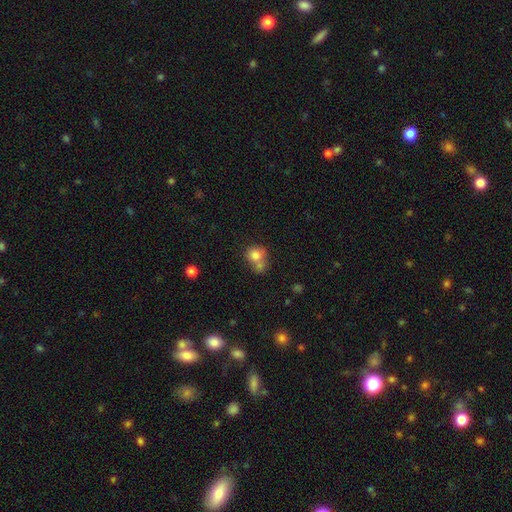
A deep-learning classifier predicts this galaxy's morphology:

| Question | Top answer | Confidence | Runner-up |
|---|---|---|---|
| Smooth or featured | smooth | 77% | featured or disk (12%) |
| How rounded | round | 74% | in between (26%) |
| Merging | merger | 50% | none (34%) |